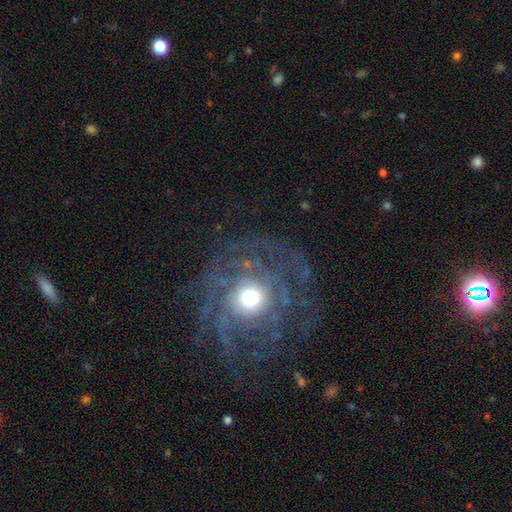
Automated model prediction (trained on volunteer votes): smooth_or_featured: featured or disk (p=0.72) [alt: smooth p=0.14]
disk_edge_on: no (p=0.95) [alt: yes p=0.05]
bar: no (p=0.77) [alt: weak p=0.17]
has_spiral_arms: yes (p=0.74) [alt: no p=0.26]
spiral_winding: tight (p=0.64) [alt: medium p=0.25]
spiral_arm_count: can't tell (p=0.46) [alt: 2 p=0.13]
bulge_size: moderate (p=0.63) [alt: large p=0.21]
merging: none (p=0.74) [alt: minor disturbance p=0.13]